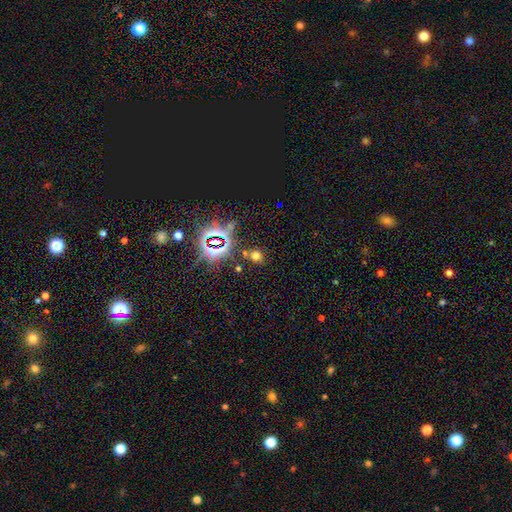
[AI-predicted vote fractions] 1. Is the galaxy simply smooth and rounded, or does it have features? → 51% smooth, 42% star or artifact, 7% featured or disk.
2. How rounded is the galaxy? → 79% round, 20% in between, 2% cigar-shaped.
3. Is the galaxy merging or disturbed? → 80% none, 9% minor disturbance, 8% merger, 4% major disturbance.